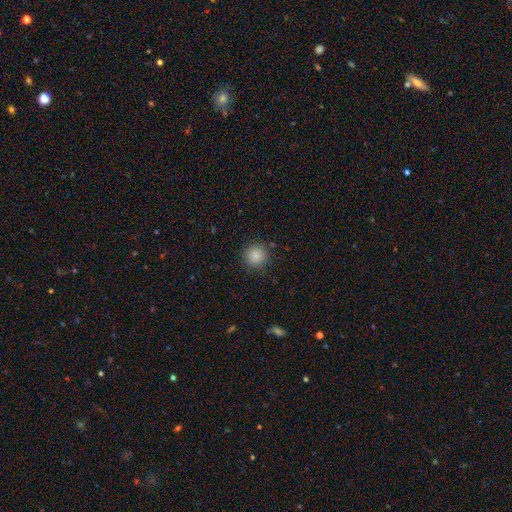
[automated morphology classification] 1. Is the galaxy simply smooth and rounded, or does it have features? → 86% smooth, 10% star or artifact, 4% featured or disk.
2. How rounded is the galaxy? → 94% round, 5% in between, 1% cigar-shaped.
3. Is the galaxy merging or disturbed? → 89% none, 8% minor disturbance, 3% major disturbance, 1% merger.